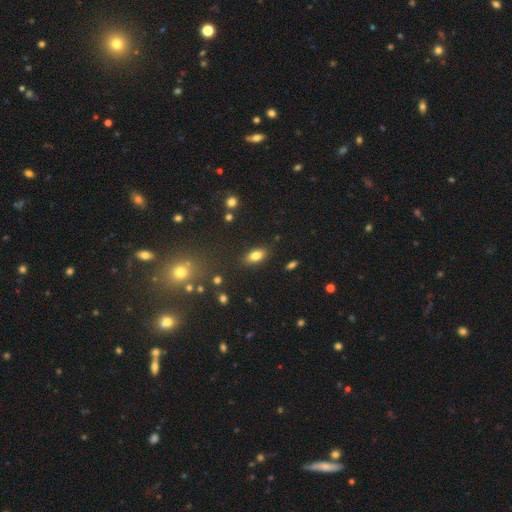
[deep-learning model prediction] The model was most divided on "smooth or featured": smooth: 80%, featured or disk: 10%, star or artifact: 10%. More confident: how rounded — in between (89%); merging — none (85%).